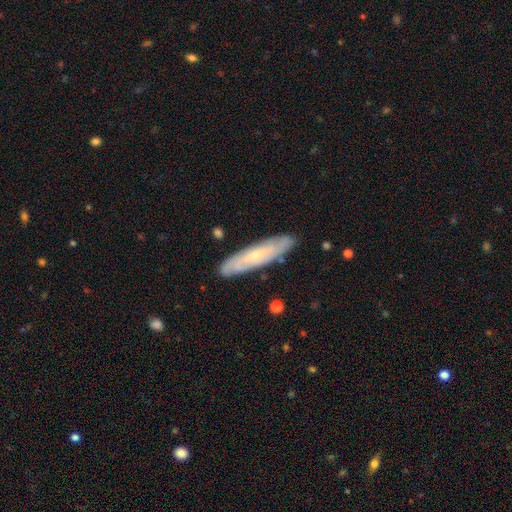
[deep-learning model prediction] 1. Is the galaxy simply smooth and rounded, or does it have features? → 54% featured or disk, 39% smooth, 6% star or artifact.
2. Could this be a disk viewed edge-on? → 54% no, 46% yes.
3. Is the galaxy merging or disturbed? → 86% none, 10% minor disturbance, 2% major disturbance, 1% merger.